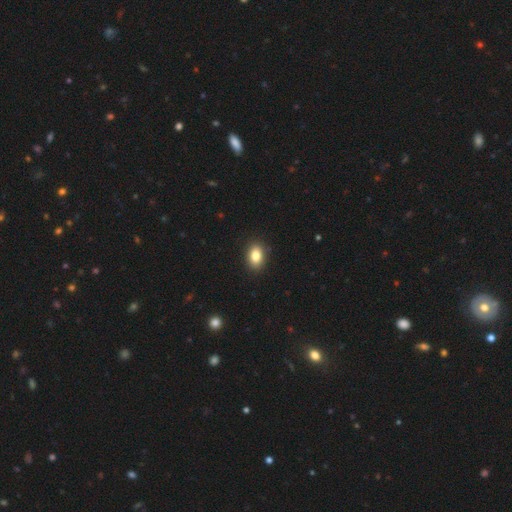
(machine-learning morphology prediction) A smooth galaxy with no disk features (84%) that is in between round and cigar-shaped (82%).

Vote fractions:
- Smooth or featured? smooth: 84% / star or artifact: 9% / featured or disk: 7%
- How rounded? in between: 82% / round: 16% / cigar-shaped: 1%
- Merging? none: 89% / minor disturbance: 8% / major disturbance: 2% / merger: 1%